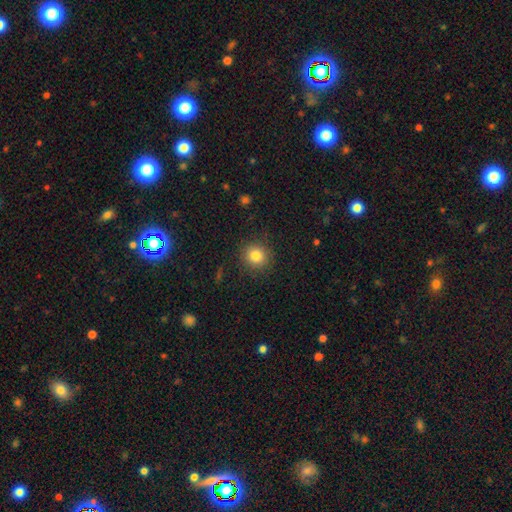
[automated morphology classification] This appears to be a smooth galaxy with no disk features (82%) that is round (90%). Merging: none (89%).